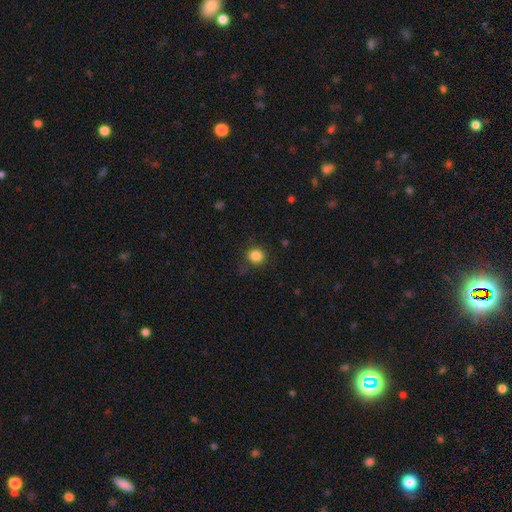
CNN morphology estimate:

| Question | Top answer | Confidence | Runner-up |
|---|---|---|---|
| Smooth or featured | smooth | 85% | star or artifact (11%) |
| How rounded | round | 91% | in between (8%) |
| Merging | none | 85% | minor disturbance (10%) |